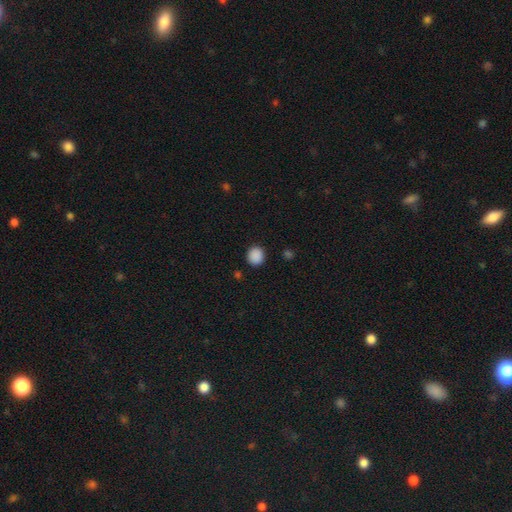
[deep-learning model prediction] Smooth or featured? smooth (88%)
How rounded? round (83%)
Merging? none (90%)